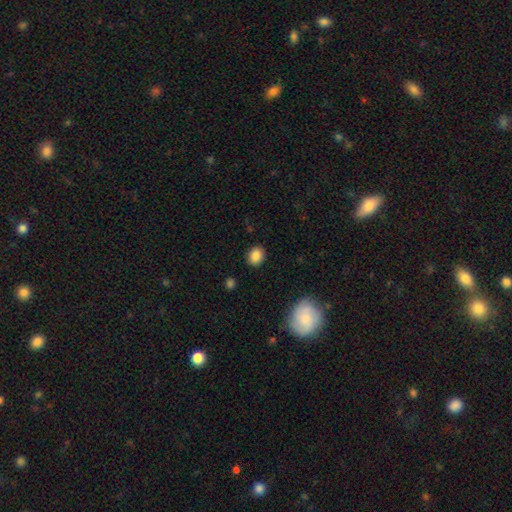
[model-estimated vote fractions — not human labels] This is clearly a smooth galaxy (86%). How rounded: possibly round (55%). Merging: clearly none (89%).